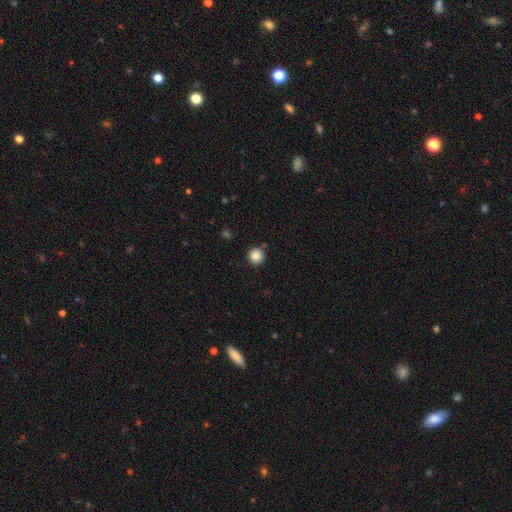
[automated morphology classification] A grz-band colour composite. It shows a smooth galaxy with no disk features (86%) that is round (95%). Merging: none (87%).